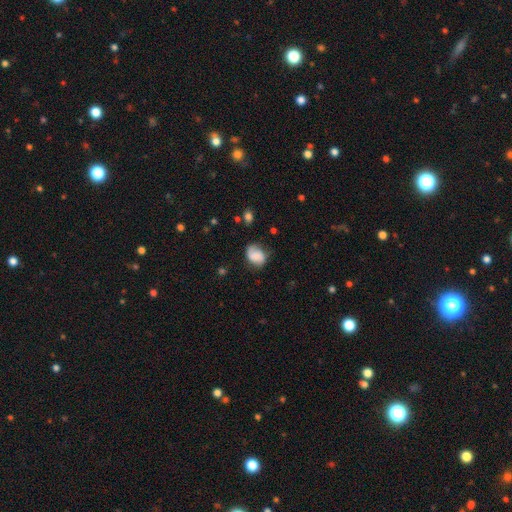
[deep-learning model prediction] Smooth or featured? smooth (69%)
How rounded? in between (62%)
Merging? none (57%)